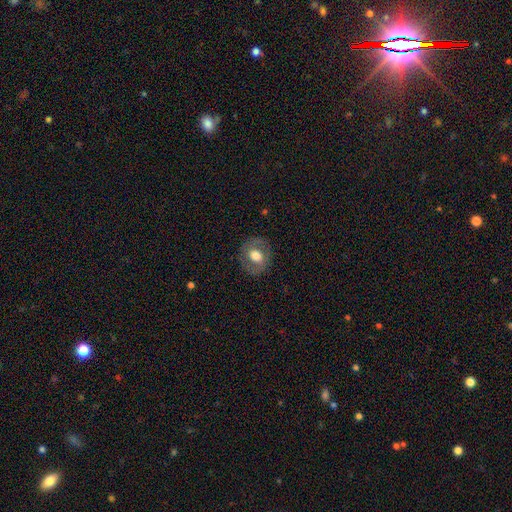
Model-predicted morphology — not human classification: Smooth or featured: smooth — 54% (featured or disk — 39%)
How rounded: round — 68% (in between — 31%)
Merging: none — 83% (minor disturbance — 12%)